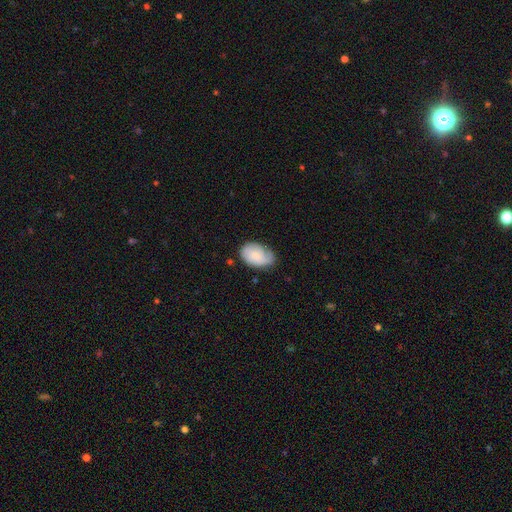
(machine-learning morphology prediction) Overall: smooth (54%; featured or disk 40%). How rounded: in between (83%). Merging: none (53%; minor disturbance 34%).